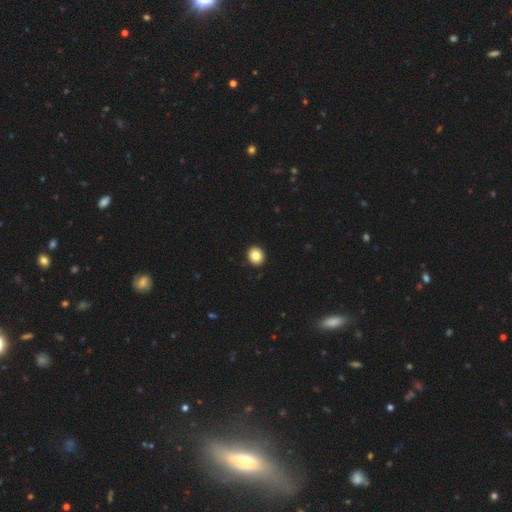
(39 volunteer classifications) Volunteers were most divided on "how rounded": round: 89%, in between: 11%, cigar-shaped: 0%. More confident: merging — none (95%); smooth or featured — smooth (92%).